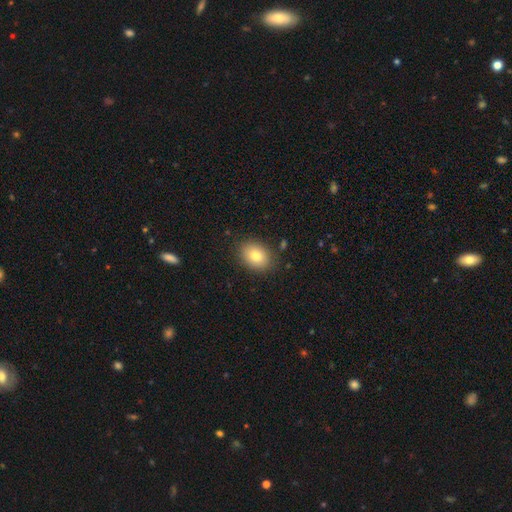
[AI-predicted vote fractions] Overall: smooth (81%). How rounded: in between (67%; round 32%). Merging: none (85%).